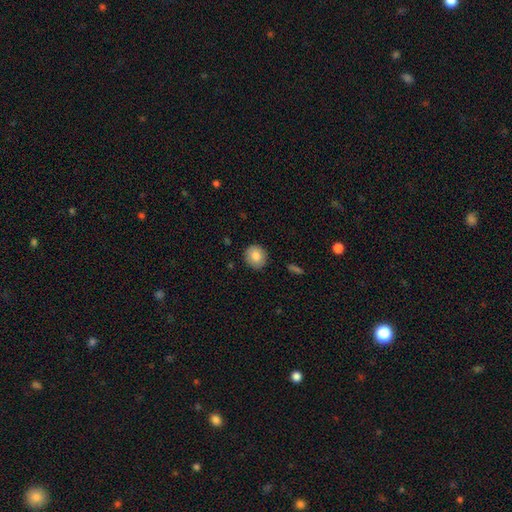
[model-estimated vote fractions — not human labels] Overall: smooth (83%). How rounded: round (82%). Merging: none (89%).